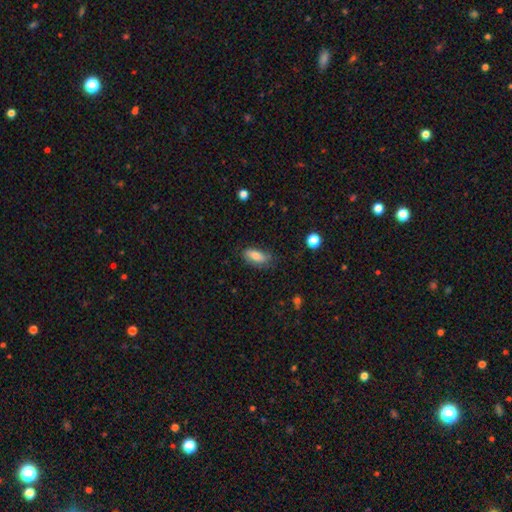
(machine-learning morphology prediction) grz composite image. It shows a smooth galaxy with no disk features (77%) that is in between round and cigar-shaped (84%). Merging: none (69%).